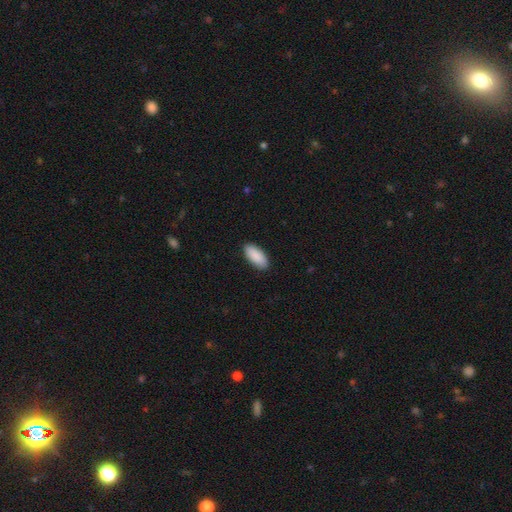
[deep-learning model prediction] Q: Smooth or featured?
A: smooth (91%); runner-up: star or artifact (5%)
Q: How rounded?
A: in between (89%); runner-up: cigar-shaped (10%)
Q: Merging?
A: none (89%); runner-up: minor disturbance (8%)